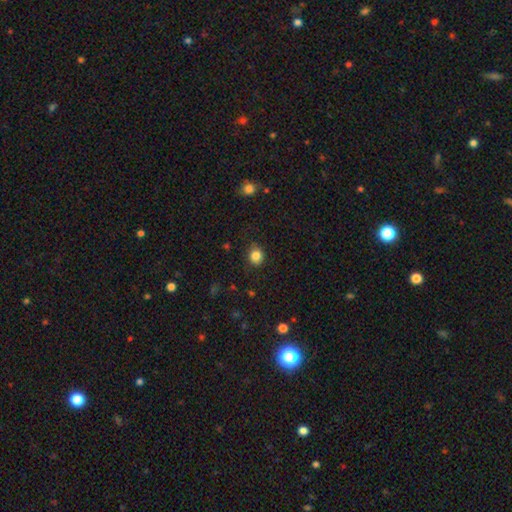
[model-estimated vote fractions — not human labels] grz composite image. It shows a smooth galaxy with no disk features (84%) that is round (74%). Merging: none (81%).